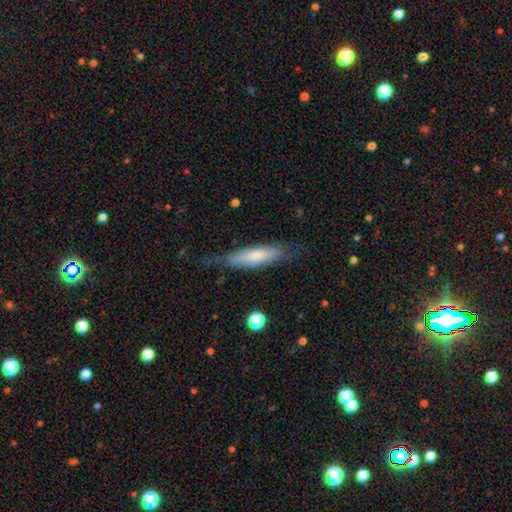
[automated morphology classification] A smooth galaxy with no disk features (63%) that is cigar-shaped (73%).

Vote fractions:
- Smooth or featured? smooth: 63% / featured or disk: 31% / star or artifact: 6%
- How rounded? cigar-shaped: 73% / in between: 25% / round: 2%
- Merging? none: 69% / minor disturbance: 21% / major disturbance: 8% / merger: 2%